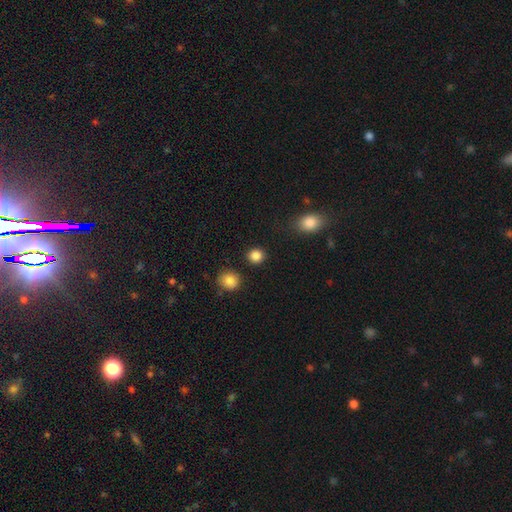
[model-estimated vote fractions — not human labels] Smooth or featured? Predicted: smooth (p=0.86). How rounded? Predicted: round (p=0.89). Merging? Predicted: none (p=0.88).